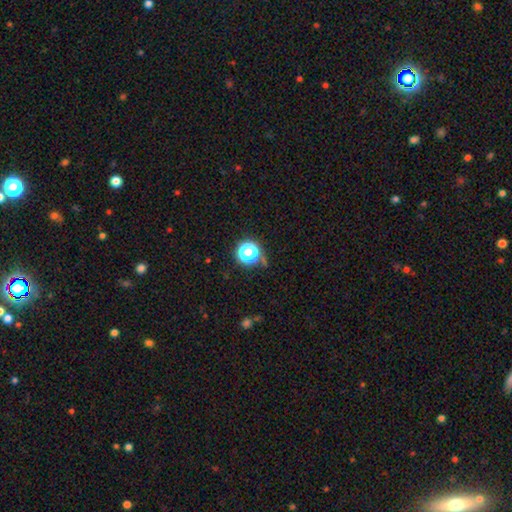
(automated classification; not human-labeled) This appears to be a star or artifact, not a galaxy (67%).